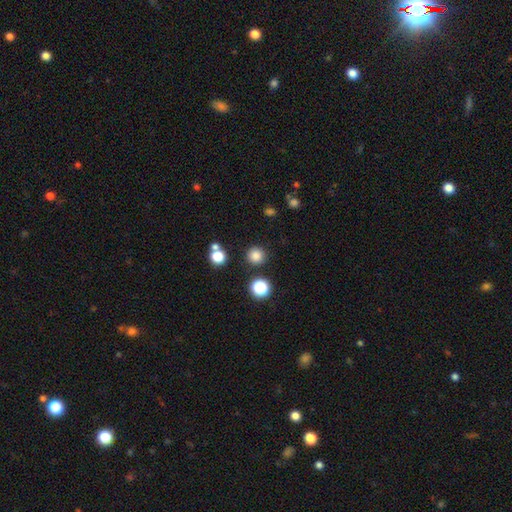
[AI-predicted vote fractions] A smooth galaxy with no disk features (81%) that is round (95%). Merging: none (87%).